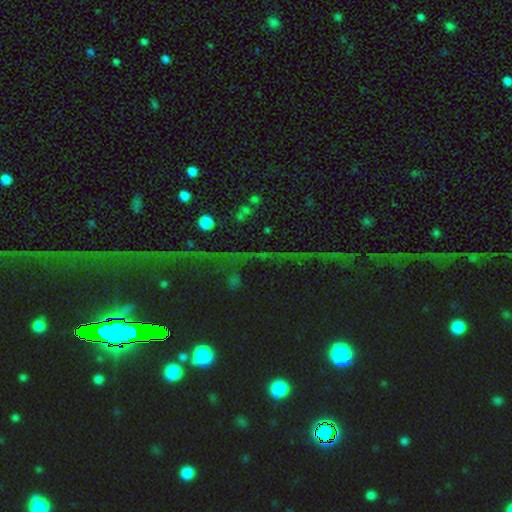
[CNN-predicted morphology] The model was most divided on "smooth or featured": star or artifact: 77%, featured or disk: 12%, smooth: 11%.